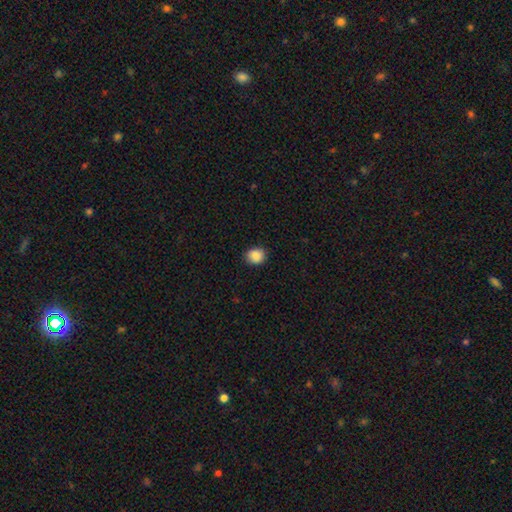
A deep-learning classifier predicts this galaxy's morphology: This is clearly a smooth galaxy (88%). How rounded: likely round (69%). Merging: clearly none (87%).